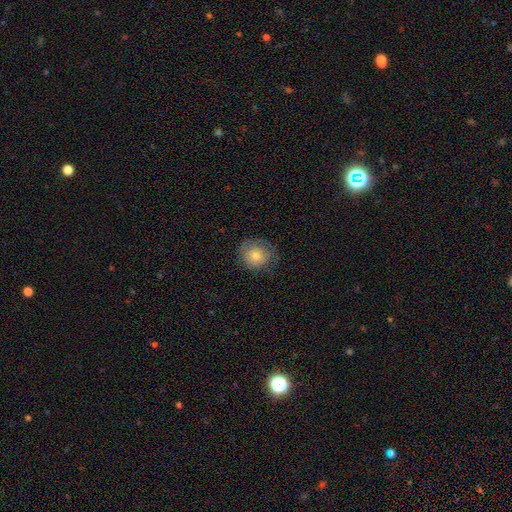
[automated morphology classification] This is likely a smooth galaxy (64%). How rounded: likely round (78%). Merging: likely none (70%).